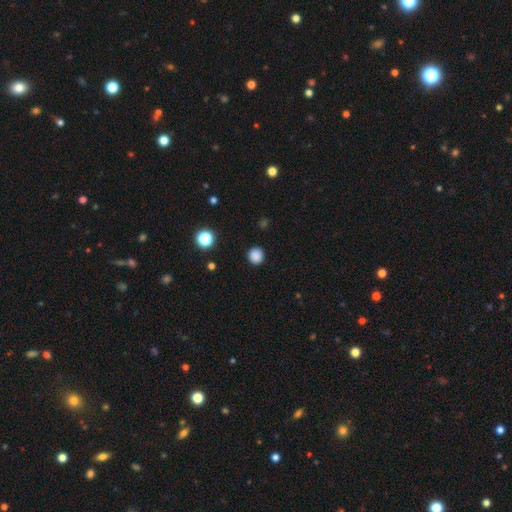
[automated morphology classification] Smooth or featured? Predicted: smooth (p=0.86). How rounded? Predicted: round (p=0.94). Merging? Predicted: none (p=0.92).